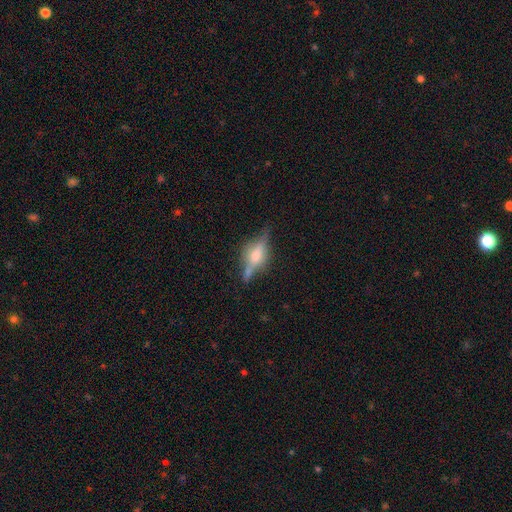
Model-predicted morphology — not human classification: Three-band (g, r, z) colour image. It shows a featured or disk galaxy (68%) viewed edge-on (93%) with a rounded central bulge (87%). Merging: none (72%).